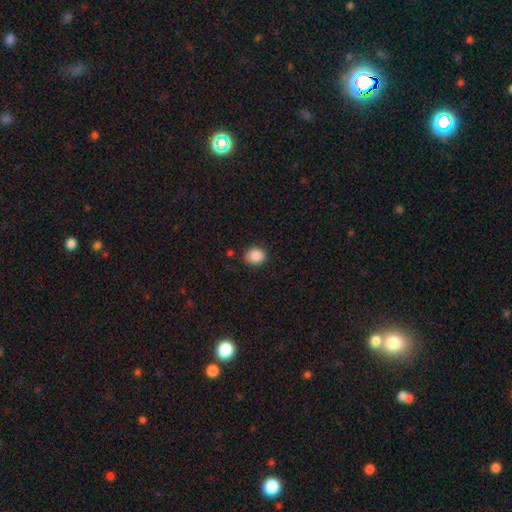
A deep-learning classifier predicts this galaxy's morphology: smooth-or-featured: smooth: 88% | star or artifact: 9% | featured or disk: 3%
  how-rounded: round: 71% | in between: 28% | cigar-shaped: 1%
  merging: none: 85% | minor disturbance: 10% | major disturbance: 3% | merger: 2%